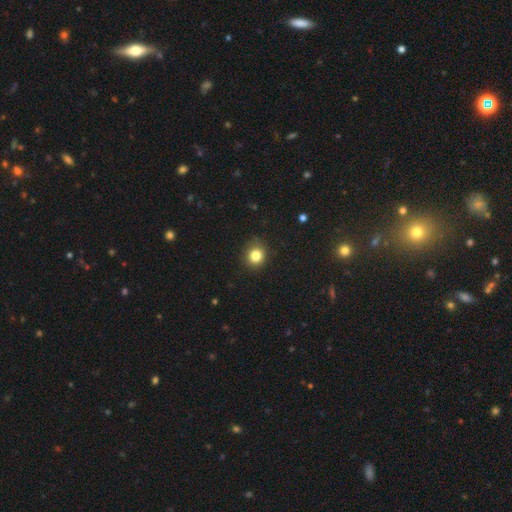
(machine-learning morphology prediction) smooth-or-featured: smooth: 82% | star or artifact: 12% | featured or disk: 6%
  how-rounded: round: 82% | in between: 18% | cigar-shaped: 1%
  merging: none: 85% | minor disturbance: 11% | major disturbance: 3% | merger: 1%